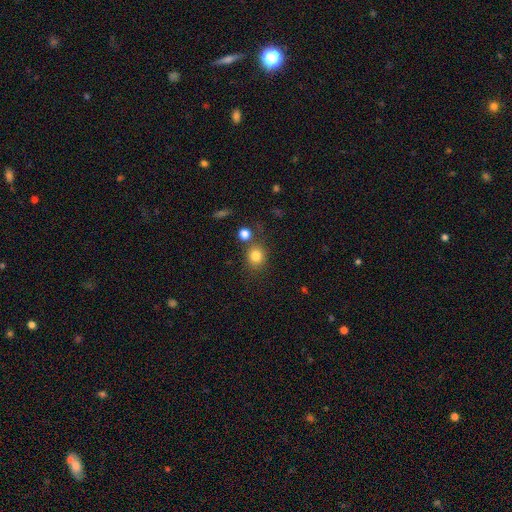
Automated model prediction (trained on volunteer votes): A smooth galaxy with no disk features (82%) that is round (78%).

Vote fractions:
- Smooth or featured? smooth: 82% / star or artifact: 12% / featured or disk: 6%
- How rounded? round: 78% / in between: 21% / cigar-shaped: 1%
- Merging? none: 73% / merger: 12% / minor disturbance: 11% / major disturbance: 4%